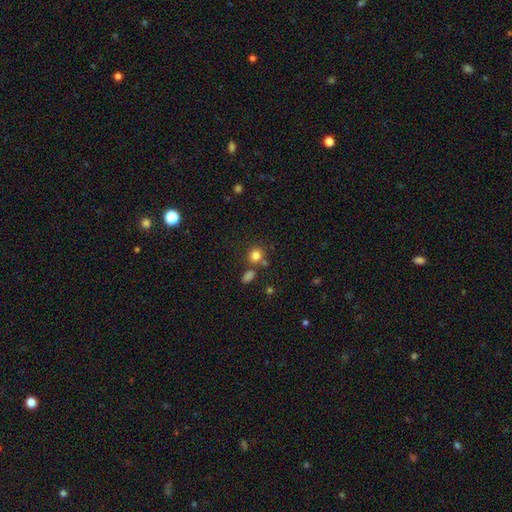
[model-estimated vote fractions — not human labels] This appears to be a smooth galaxy with no disk features (80%) that is round (82%). Merging: none (67%).